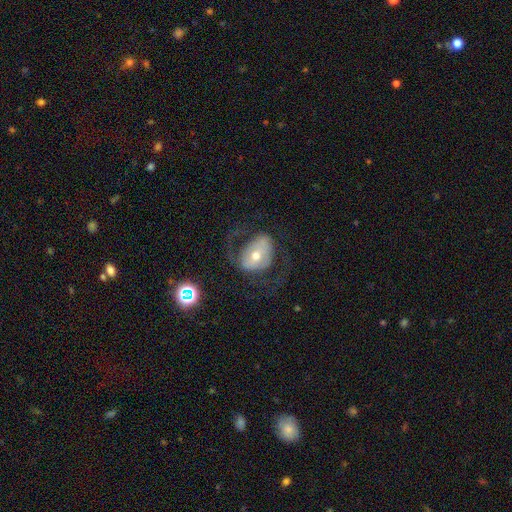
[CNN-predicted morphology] Smooth or featured? Predicted: featured or disk (p=0.63). Edge-on disk? Predicted: no (p=0.94). Bar? Predicted: no (p=0.43). Spiral arms? Predicted: yes (p=0.63). Bulge size? Predicted: moderate (p=0.60). Merging? Predicted: none (p=0.52).